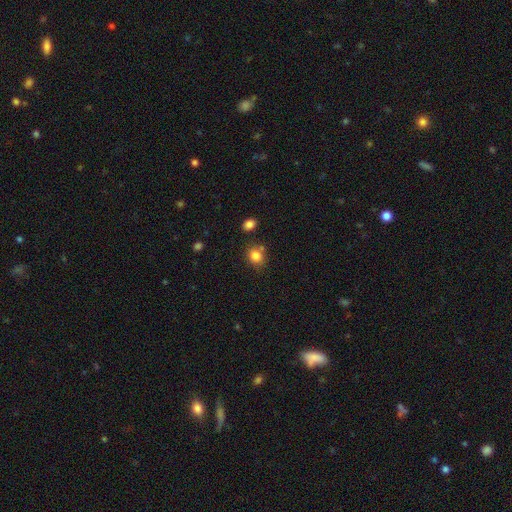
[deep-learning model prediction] Smooth or featured?
  - smooth: 83% *
  - star or artifact: 11%
  - featured or disk: 6%
How rounded?
  - round: 68% *
  - in between: 31%
  - cigar-shaped: 1%
Merging?
  - none: 72% *
  - minor disturbance: 13%
  - merger: 12%
  - major disturbance: 4%